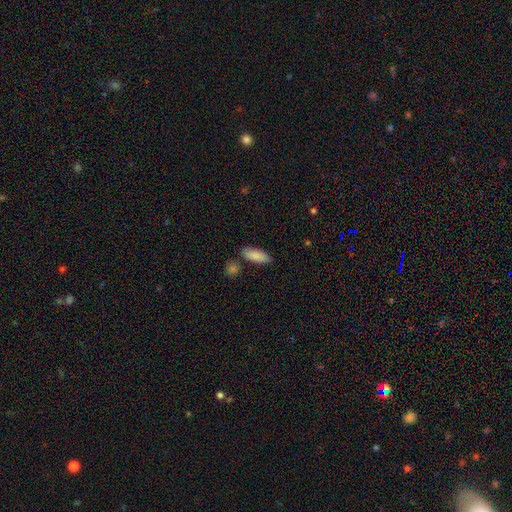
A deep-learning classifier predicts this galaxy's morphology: Q: Smooth or featured?
A: smooth (88%); runner-up: featured or disk (6%)
Q: How rounded?
A: in between (72%); runner-up: cigar-shaped (26%)
Q: Merging?
A: none (81%); runner-up: minor disturbance (11%)